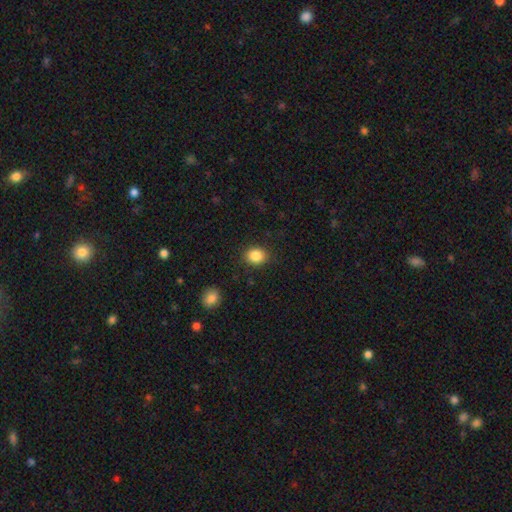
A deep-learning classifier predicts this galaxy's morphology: type=smooth (87%); roundness=round (58%); merging=none (87%).